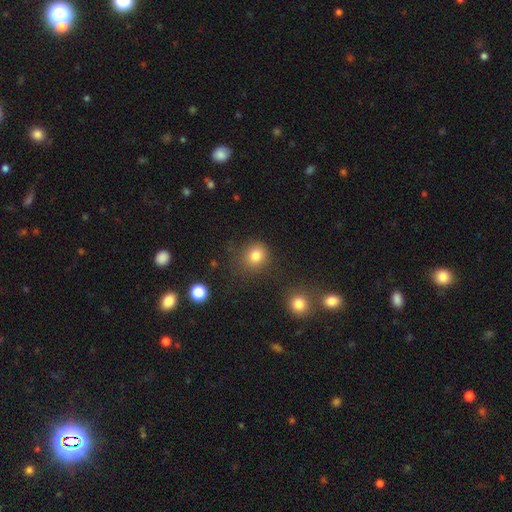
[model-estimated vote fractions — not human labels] Q: Smooth or featured?
A: smooth (82%); runner-up: star or artifact (12%)
Q: How rounded?
A: round (82%); runner-up: in between (17%)
Q: Merging?
A: none (77%); runner-up: minor disturbance (13%)